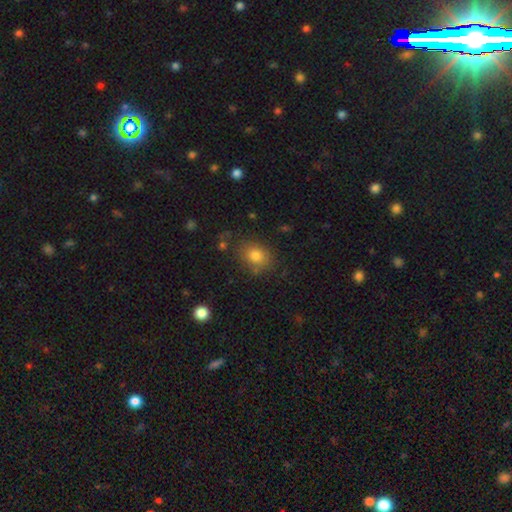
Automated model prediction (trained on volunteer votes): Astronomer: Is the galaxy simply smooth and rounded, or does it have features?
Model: smooth — 80%.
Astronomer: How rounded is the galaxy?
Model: round — 52% (runner-up: in between, 47%).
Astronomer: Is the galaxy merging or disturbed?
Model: none — 74%.